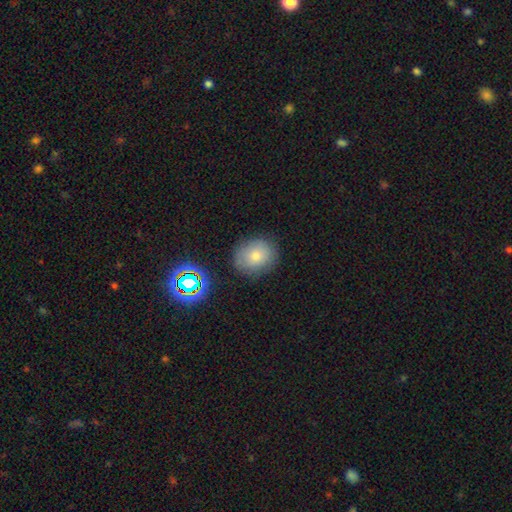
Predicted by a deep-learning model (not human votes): Smooth or featured?
  - smooth: 74% *
  - featured or disk: 14%
  - star or artifact: 12%
How rounded?
  - round: 71% *
  - in between: 28%
  - cigar-shaped: 1%
Merging?
  - none: 80% *
  - minor disturbance: 14%
  - major disturbance: 4%
  - merger: 2%